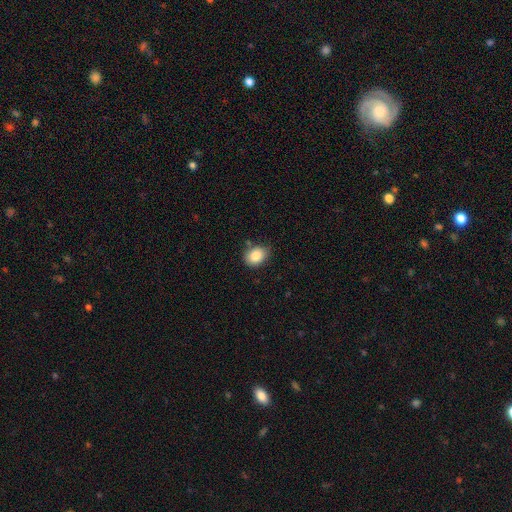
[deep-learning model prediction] smooth 86%, star or artifact 8%, featured or disk 6%. Down the decision tree: how rounded — in between (64%); merging — none (70%).